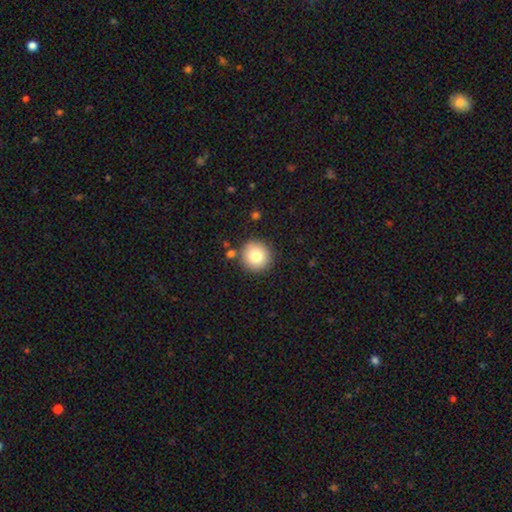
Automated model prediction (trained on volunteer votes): Smooth or featured: smooth — 80% (featured or disk — 10%)
How rounded: round — 94% (in between — 5%)
Merging: none — 87% (minor disturbance — 7%)